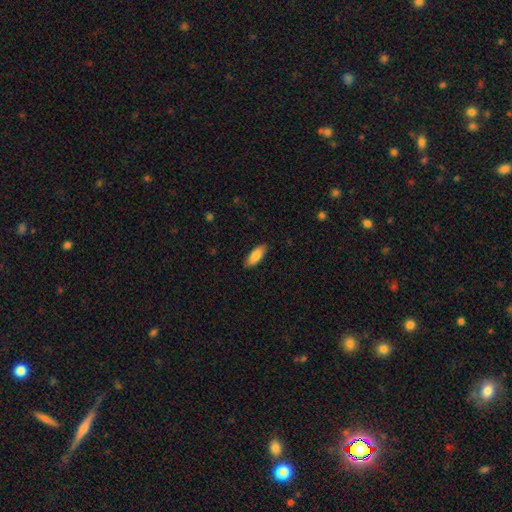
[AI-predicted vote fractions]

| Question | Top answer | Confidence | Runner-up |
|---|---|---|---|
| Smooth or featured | smooth | 86% | featured or disk (8%) |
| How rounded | in between | 78% | cigar-shaped (20%) |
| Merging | none | 87% | minor disturbance (10%) |